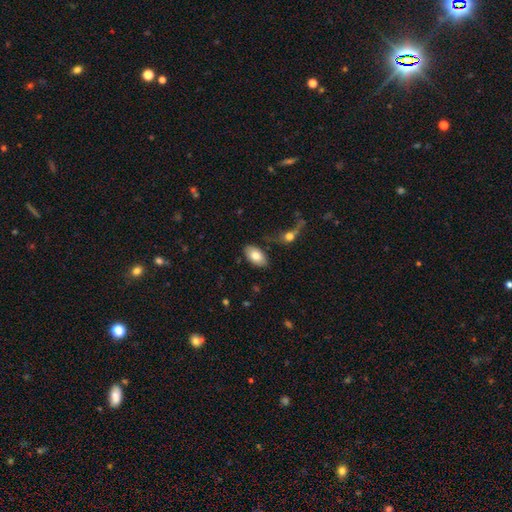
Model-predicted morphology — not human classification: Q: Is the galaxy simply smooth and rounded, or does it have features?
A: smooth — 81%.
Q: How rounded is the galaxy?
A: in between — 94%.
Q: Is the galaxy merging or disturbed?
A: none — 80%.